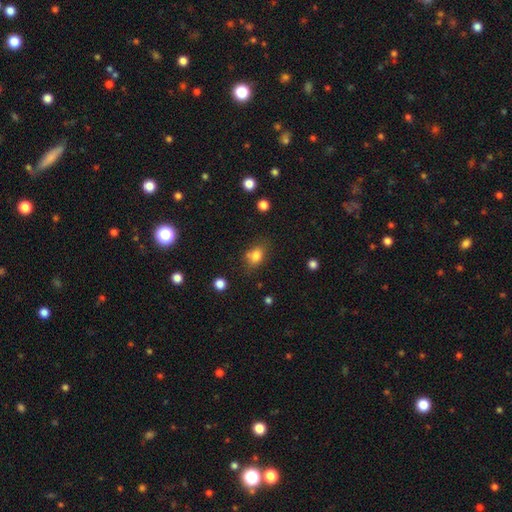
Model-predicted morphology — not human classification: Smooth or featured? smooth (79%)
How rounded? in between (64%)
Merging? none (62%)